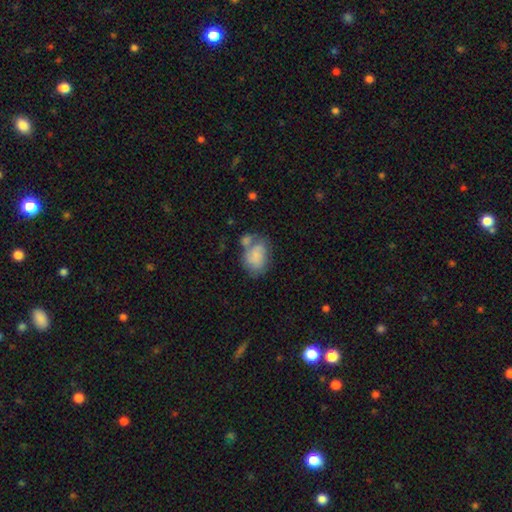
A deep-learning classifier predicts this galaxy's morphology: Smooth or featured? smooth (60%)
How rounded? in between (73%)
Merging? merger (34%)